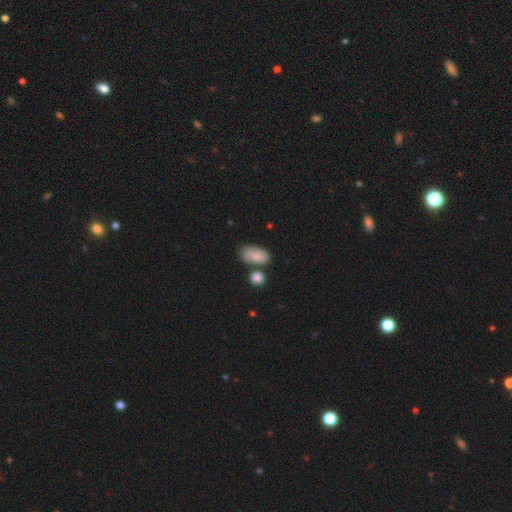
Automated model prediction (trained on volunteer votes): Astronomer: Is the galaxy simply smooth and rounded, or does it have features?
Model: smooth — 82%.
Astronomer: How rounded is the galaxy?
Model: in between — 90%.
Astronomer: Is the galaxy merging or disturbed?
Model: none — 54%.